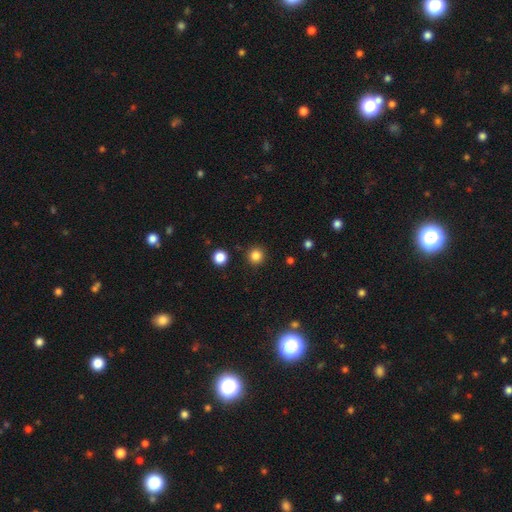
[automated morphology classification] Q: Smooth or featured?
A: smooth (83%); runner-up: star or artifact (13%)
Q: How rounded?
A: round (95%); runner-up: in between (4%)
Q: Merging?
A: none (91%); runner-up: minor disturbance (5%)